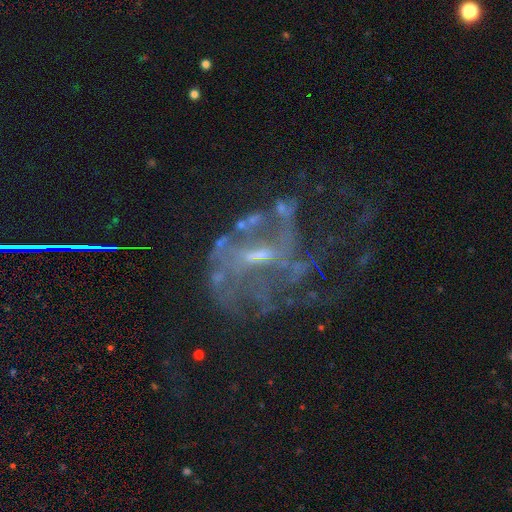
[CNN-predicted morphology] smooth-or-featured: featured or disk: 75% | star or artifact: 17% | smooth: 9%
  disk-edge-on: no: 97% | yes: 3%
    bar: no: 45% | weak: 42% | strong: 14%
    has-spiral-arms: yes: 61% | no: 39%
    bulge-size: small: 52% | moderate: 27% | none: 19% | large: 2% | dominant: 1%
  merging: major disturbance: 40% | none: 39% | minor disturbance: 16% | merger: 5%